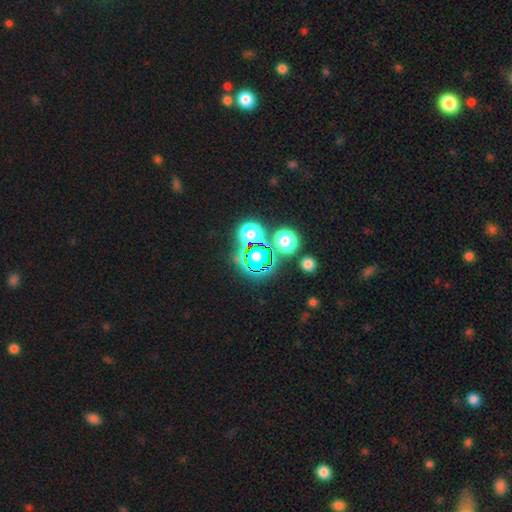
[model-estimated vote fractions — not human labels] Smooth or featured? Predicted: star or artifact (p=0.63).